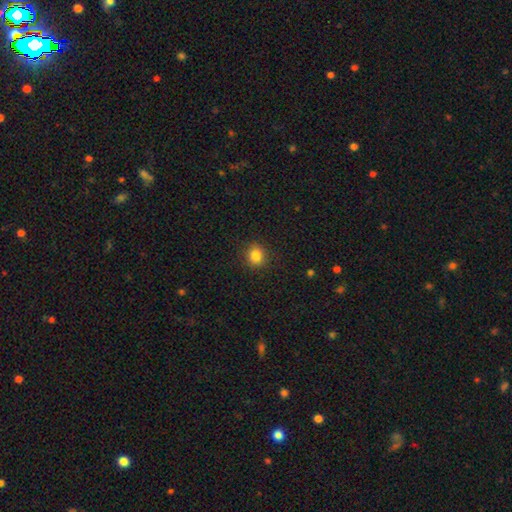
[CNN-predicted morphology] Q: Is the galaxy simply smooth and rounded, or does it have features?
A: smooth — 84%.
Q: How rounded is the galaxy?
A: round — 83%.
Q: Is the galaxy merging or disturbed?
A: none — 89%.